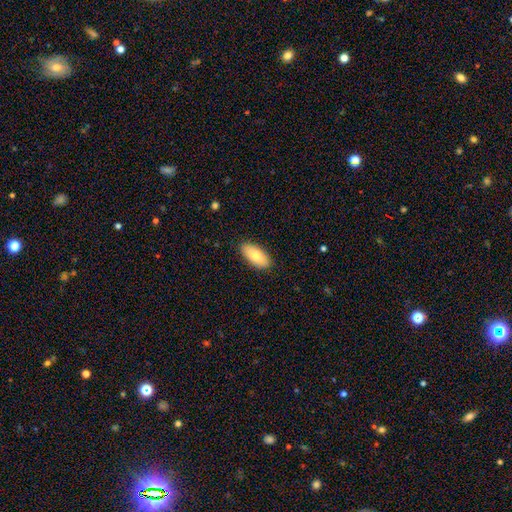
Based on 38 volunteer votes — smooth 74%, featured or disk 18%, star or artifact 8%. Down the decision tree: how rounded — in between (93%); merging — none (86%).